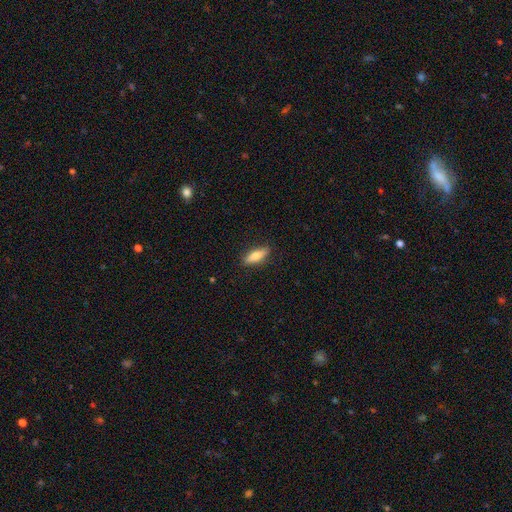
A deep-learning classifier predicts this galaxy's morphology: smooth_or_featured: smooth (p=0.70) [alt: featured or disk p=0.23]
how_rounded: cigar-shaped (p=0.50) [alt: in between p=0.47]
merging: none (p=0.86) [alt: minor disturbance p=0.11]